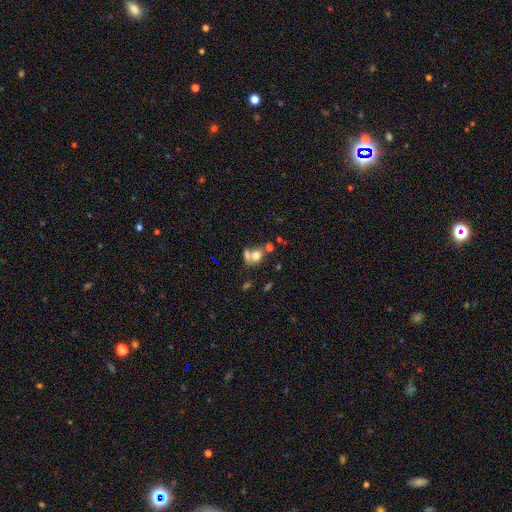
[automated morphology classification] type=smooth (70%); roundness=in between (52%); merging=merger (50%).